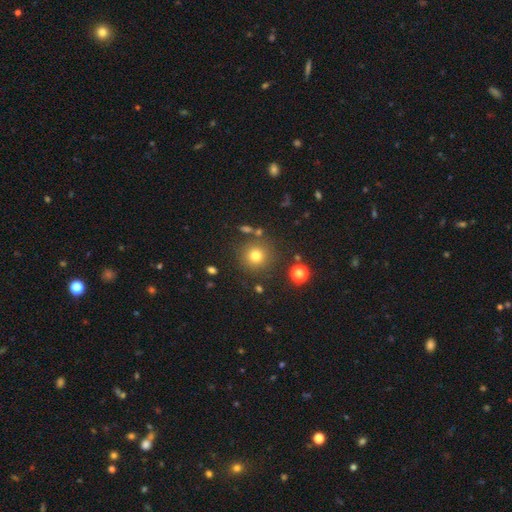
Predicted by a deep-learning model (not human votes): Smooth or featured? Predicted: smooth (p=0.76). How rounded? Predicted: round (p=0.94). Merging? Predicted: none (p=0.85).